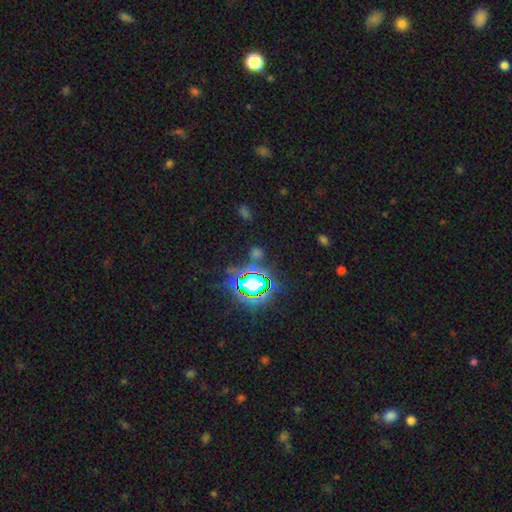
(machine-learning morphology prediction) Smooth or featured: star or artifact — 69% (smooth — 23%)